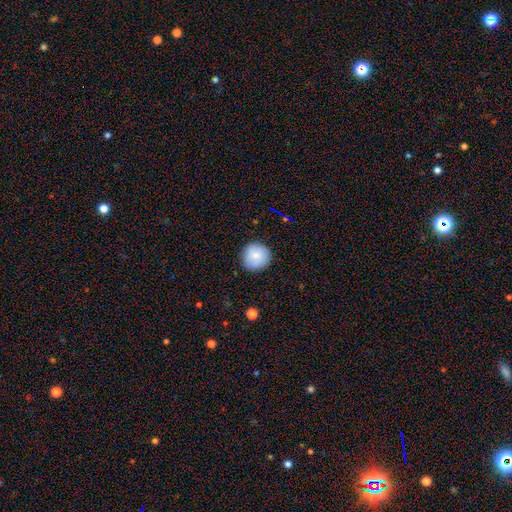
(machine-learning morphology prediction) Smooth or featured: smooth — 82% (featured or disk — 10%)
How rounded: round — 94% (in between — 5%)
Merging: none — 86% (minor disturbance — 10%)